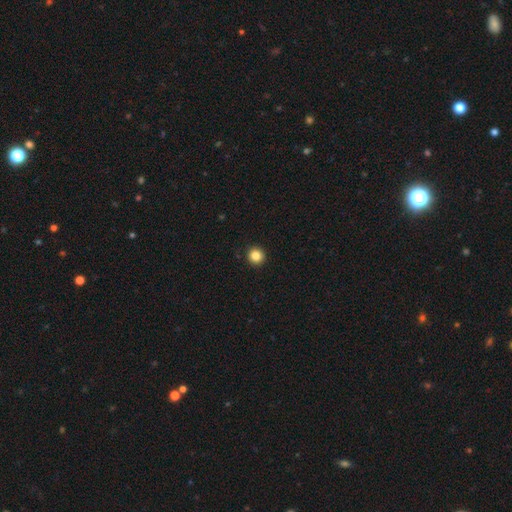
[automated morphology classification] Smooth or featured?
  - smooth: 85% *
  - star or artifact: 11%
  - featured or disk: 5%
How rounded?
  - round: 95% *
  - in between: 4%
  - cigar-shaped: 1%
Merging?
  - none: 94% *
  - minor disturbance: 4%
  - major disturbance: 1%
  - merger: 1%